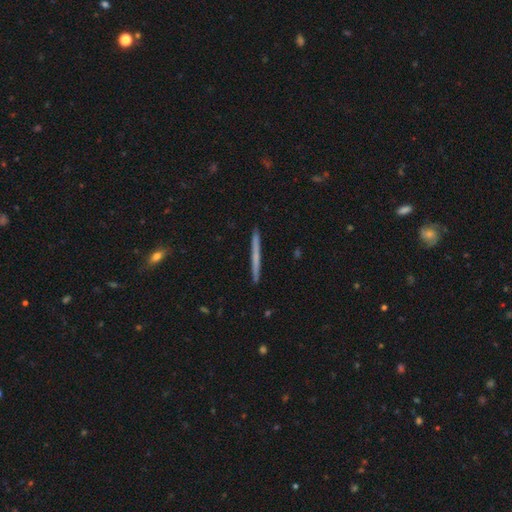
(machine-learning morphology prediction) type=smooth (49%); merging=none (92%).